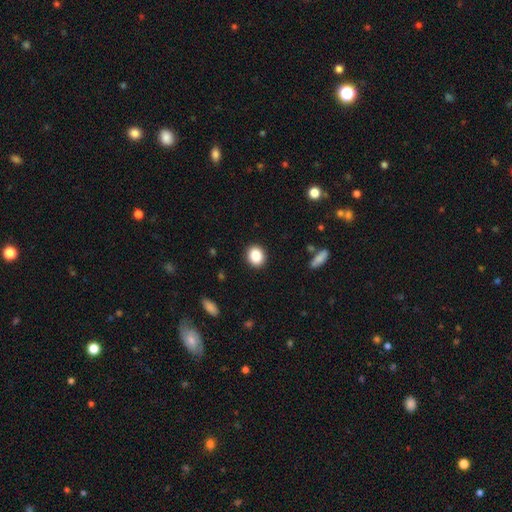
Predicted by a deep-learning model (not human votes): Q: Smooth or featured?
A: smooth (88%); runner-up: star or artifact (8%)
Q: How rounded?
A: round (57%); runner-up: in between (42%)
Q: Merging?
A: none (90%); runner-up: minor disturbance (7%)